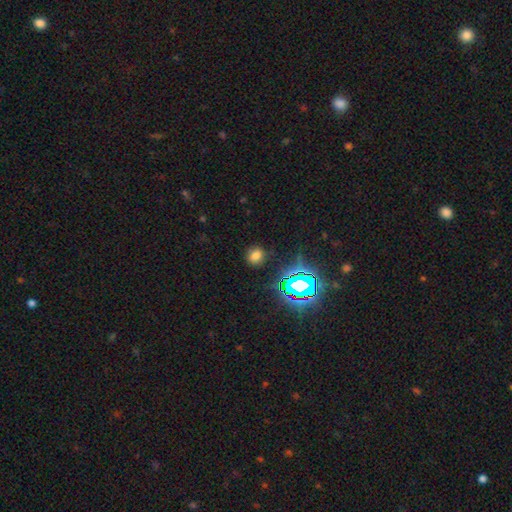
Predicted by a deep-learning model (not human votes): smooth 68%, star or artifact 26%, featured or disk 7%. Down the decision tree: how rounded — round (76%); merging — none (86%).